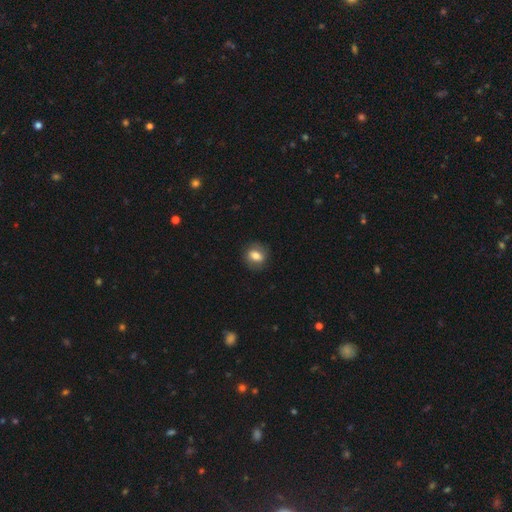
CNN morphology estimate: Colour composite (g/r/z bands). It shows a smooth galaxy with no disk features (72%) that is in between round and cigar-shaped (50%). Merging: none (83%).